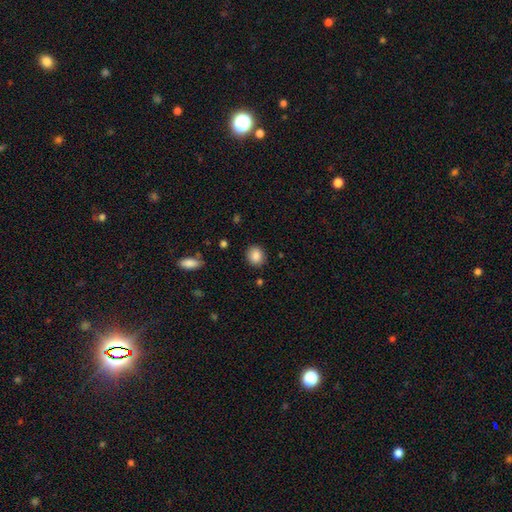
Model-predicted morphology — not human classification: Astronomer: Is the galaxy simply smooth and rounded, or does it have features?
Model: smooth — 86%.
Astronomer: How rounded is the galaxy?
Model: round — 74%.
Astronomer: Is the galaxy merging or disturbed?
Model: none — 87%.